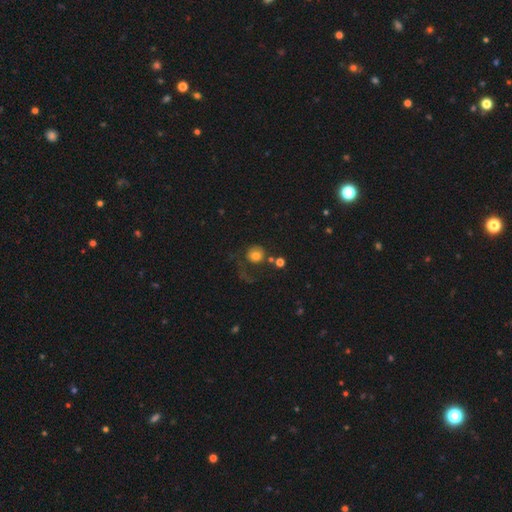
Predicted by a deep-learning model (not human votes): Overall: smooth (73%). How rounded: round (88%). Merging: none (47%; major disturbance 29%).